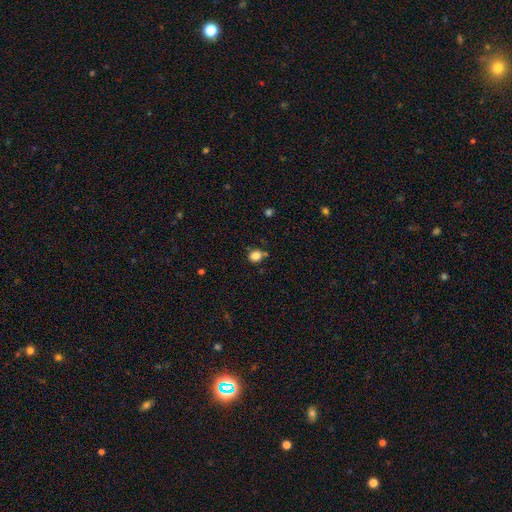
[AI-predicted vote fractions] smooth_or_featured: smooth (p=0.84) [alt: star or artifact p=0.12]
how_rounded: round (p=0.68) [alt: in between p=0.31]
merging: none (p=0.66) [alt: minor disturbance p=0.22]